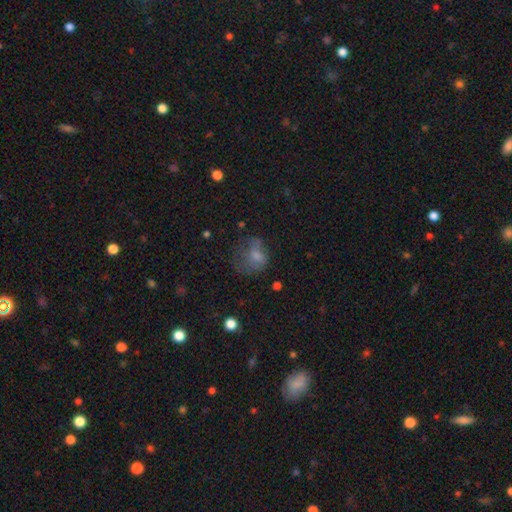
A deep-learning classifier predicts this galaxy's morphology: Smooth or featured: smooth — 61% (featured or disk — 25%)
How rounded: in between — 50% (round — 49%)
Merging: major disturbance — 42% (none — 30%)